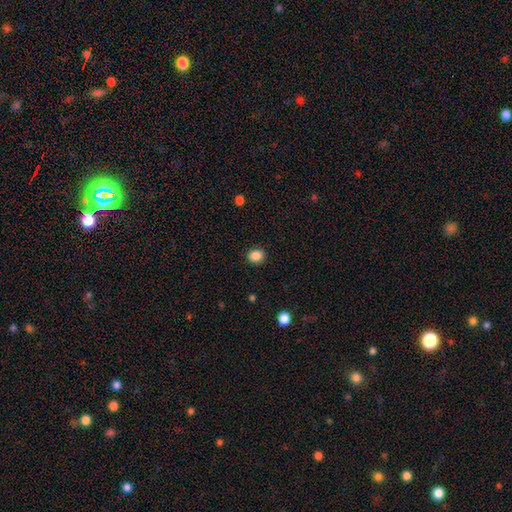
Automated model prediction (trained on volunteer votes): Smooth or featured? smooth (86%)
How rounded? round (79%)
Merging? none (90%)